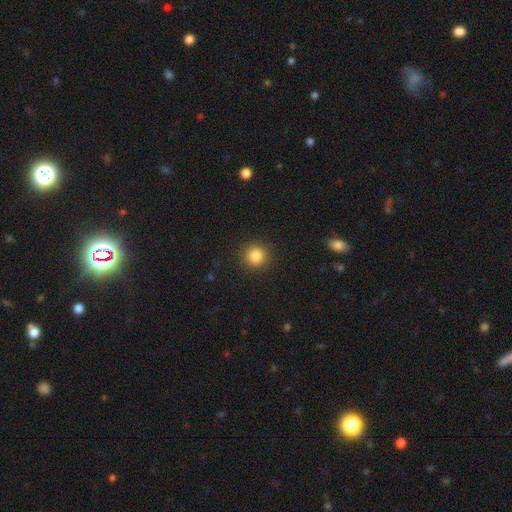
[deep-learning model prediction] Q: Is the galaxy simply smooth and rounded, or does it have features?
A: smooth — 84%.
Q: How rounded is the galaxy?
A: round — 94%.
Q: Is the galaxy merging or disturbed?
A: none — 91%.